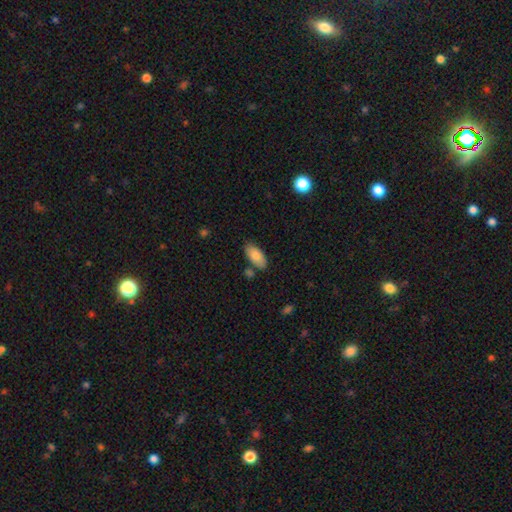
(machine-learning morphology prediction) smooth-or-featured: smooth: 82% | featured or disk: 11% | star or artifact: 7%
  how-rounded: in between: 91% | cigar-shaped: 7% | round: 2%
  merging: none: 77% | minor disturbance: 14% | merger: 7% | major disturbance: 3%